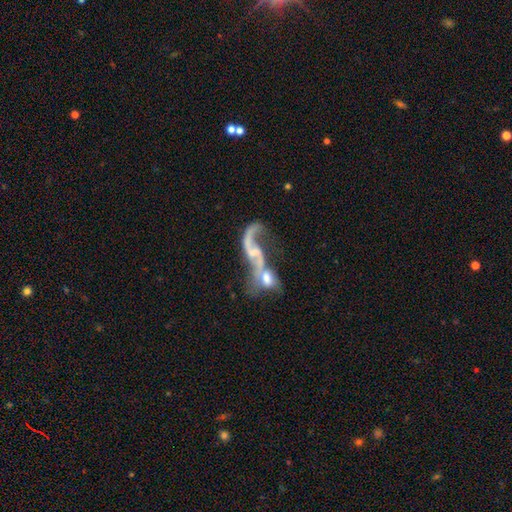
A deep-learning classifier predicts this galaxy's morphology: Overall: featured or disk (71%). Edge-on disk: no (90%). Bar: no (62%; weak 27%). Spiral arms: yes (67%; no 33%). Bulge size: small (40%; moderate 31%). Merging: merger (67%).